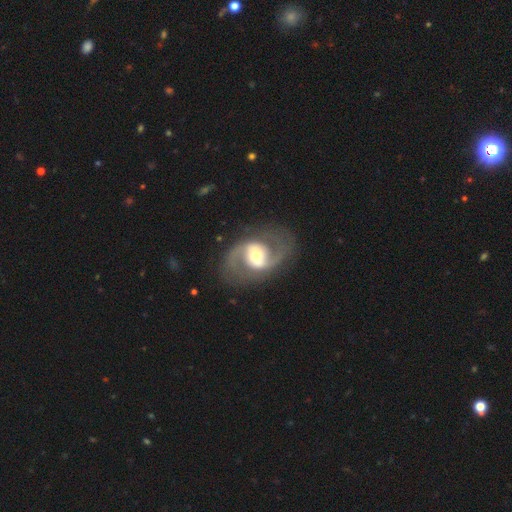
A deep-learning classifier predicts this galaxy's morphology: Overall: featured or disk (87%). Edge-on disk: no (97%). Bar: weak (40%; strong 31%). Spiral arms: yes (94%). Spiral arm count: 2 (93%). Spiral winding: medium (55%; loose 32%). Bulge size: moderate (59%; large 19%). Merging: none (81%).